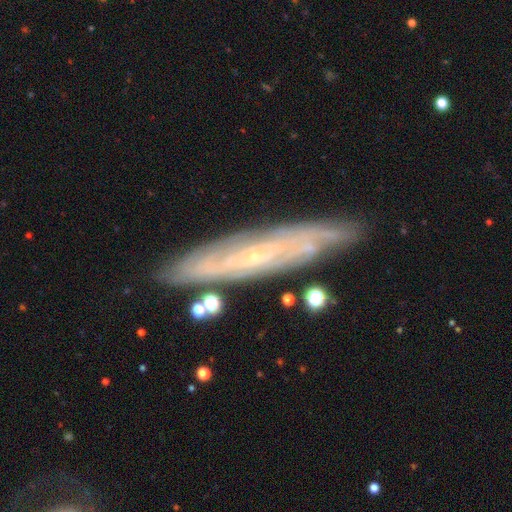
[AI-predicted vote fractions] Smooth or featured? featured or disk (78%)
Edge-on disk? no (54%)
Merging? none (82%)